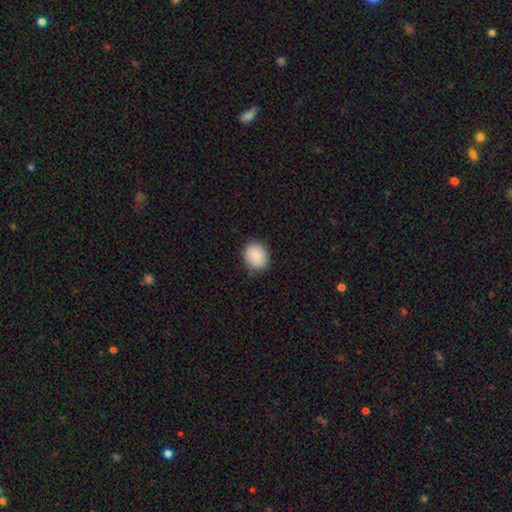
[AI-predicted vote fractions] Smooth or featured? smooth (87%)
How rounded? round (64%)
Merging? none (85%)